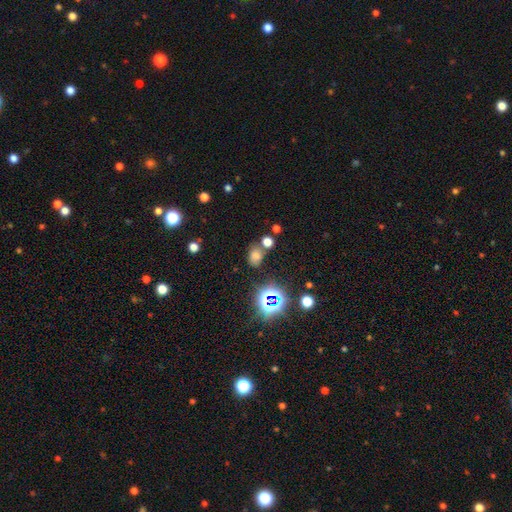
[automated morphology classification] smooth-or-featured: smooth: 59% | star or artifact: 31% | featured or disk: 10%
  how-rounded: in between: 68% | round: 31% | cigar-shaped: 1%
  merging: none: 61% | merger: 16% | minor disturbance: 16% | major disturbance: 7%